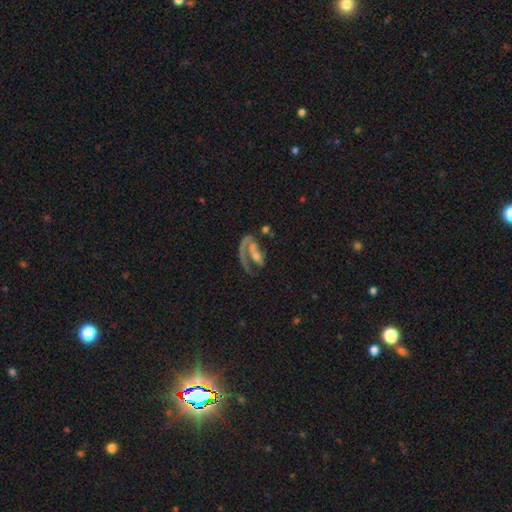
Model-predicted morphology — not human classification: Q: Smooth or featured?
A: featured or disk (68%); runner-up: smooth (22%)
Q: Edge-on disk?
A: no (93%); runner-up: yes (7%)
Q: Bar?
A: no (62%); runner-up: weak (23%)
Q: Spiral arms?
A: yes (63%); runner-up: no (37%)
Q: Bulge size?
A: small (37%); runner-up: moderate (29%)
Q: Merging?
A: major disturbance (35%); runner-up: none (33%)